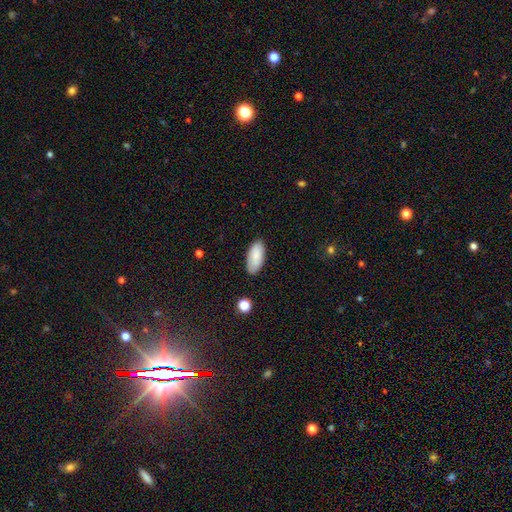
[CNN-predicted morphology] A smooth galaxy with no disk features (87%) that is in between round and cigar-shaped (91%).

Vote fractions:
- Smooth or featured? smooth: 87% / featured or disk: 7% / star or artifact: 6%
- How rounded? in between: 91% / cigar-shaped: 8% / round: 2%
- Merging? none: 85% / minor disturbance: 11% / major disturbance: 2% / merger: 1%